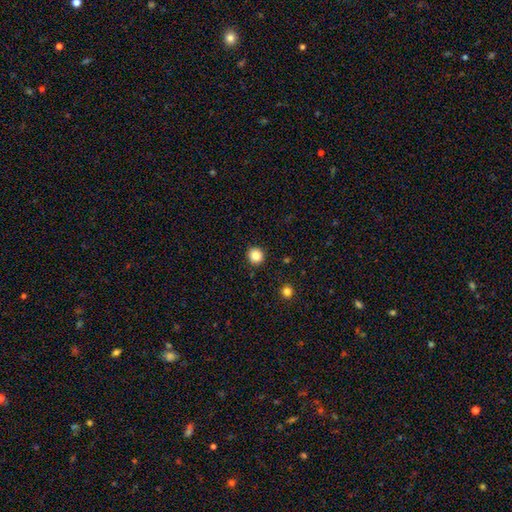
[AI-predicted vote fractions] A smooth galaxy with no disk features (84%) that is round (93%). Merging: none (92%).